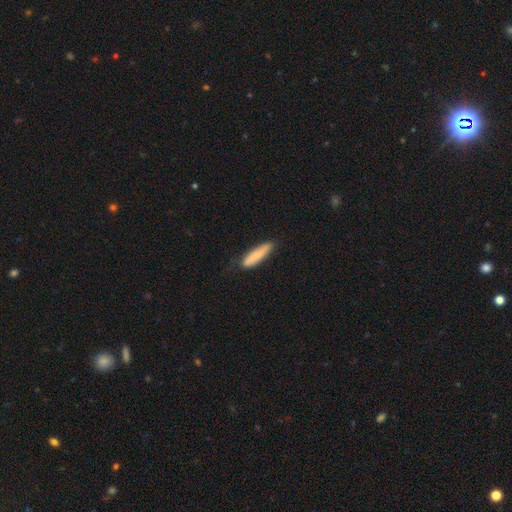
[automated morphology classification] Overall: smooth (76%). How rounded: cigar-shaped (73%). Merging: none (76%).